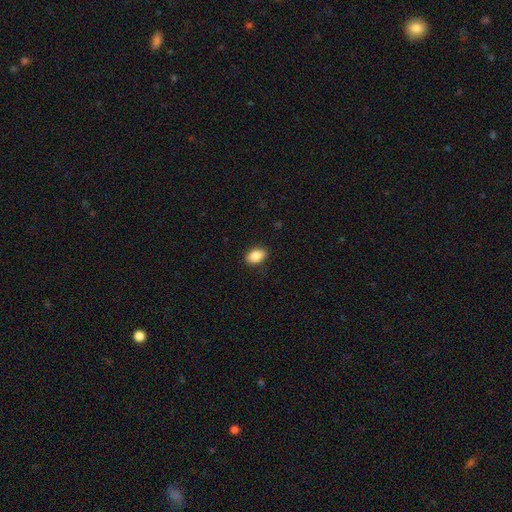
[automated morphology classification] smooth 88%, star or artifact 8%, featured or disk 5%. Down the decision tree: how rounded — in between (88%); merging — none (87%).